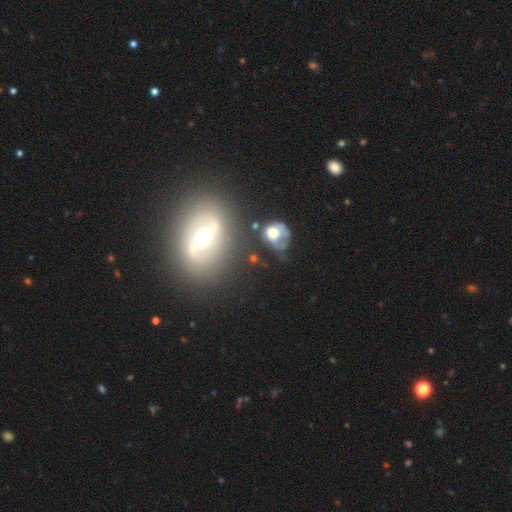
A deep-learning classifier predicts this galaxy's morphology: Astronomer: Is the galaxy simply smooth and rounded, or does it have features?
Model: featured or disk — 51% (runner-up: smooth, 31%).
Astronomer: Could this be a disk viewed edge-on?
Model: no — 88%.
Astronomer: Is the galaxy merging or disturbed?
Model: none — 76%.